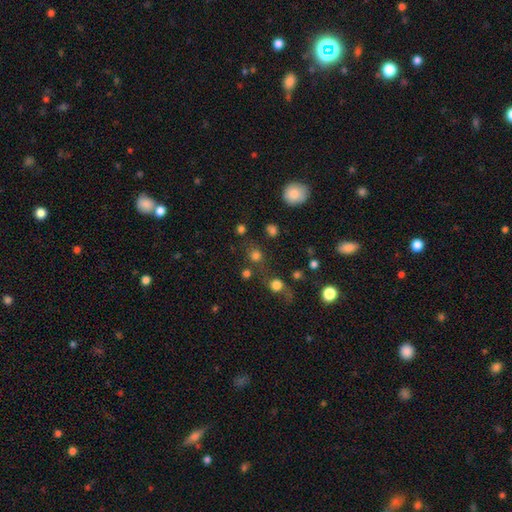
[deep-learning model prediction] smooth-or-featured: smooth: 74% | star or artifact: 18% | featured or disk: 7%
  how-rounded: round: 85% | in between: 13% | cigar-shaped: 1%
  merging: none: 63% | merger: 17% | minor disturbance: 11% | major disturbance: 8%